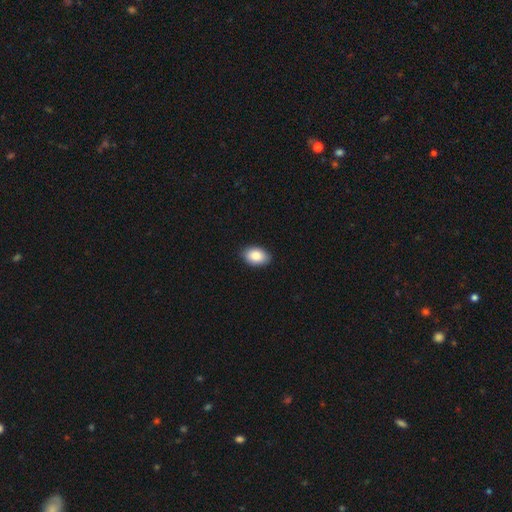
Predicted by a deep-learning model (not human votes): The model was most divided on "how rounded": in between: 88%, round: 10%, cigar-shaped: 1%. More confident: merging — none (88%); smooth or featured — smooth (86%).